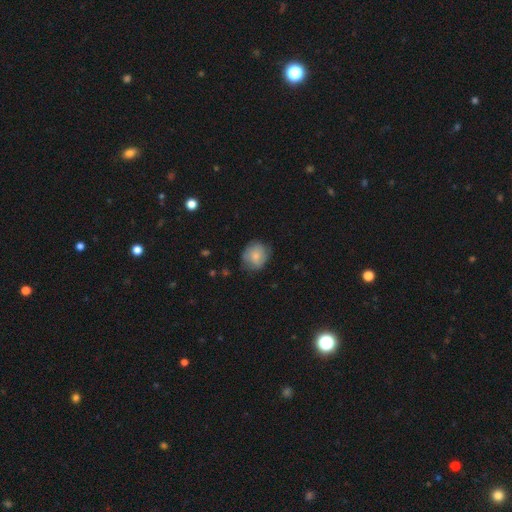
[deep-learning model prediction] The model was most divided on "merging": none: 69%, minor disturbance: 24%, major disturbance: 6%, merger: 1%. More confident: smooth or featured — smooth (75%); how rounded — round (73%).